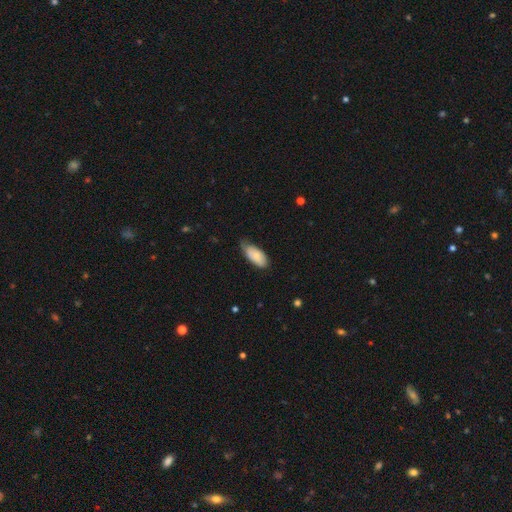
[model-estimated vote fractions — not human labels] Smooth or featured: smooth — 76% (featured or disk — 18%)
How rounded: in between — 90% (cigar-shaped — 8%)
Merging: none — 54% (minor disturbance — 37%)